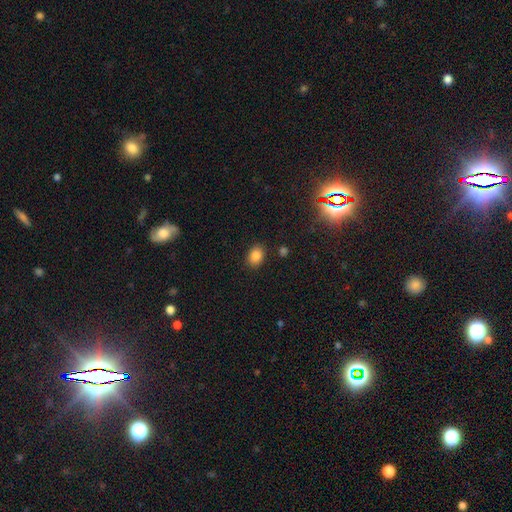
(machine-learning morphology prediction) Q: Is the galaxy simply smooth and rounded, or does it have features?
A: smooth — 85%.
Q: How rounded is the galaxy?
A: in between — 70%.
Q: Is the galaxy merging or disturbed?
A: none — 86%.